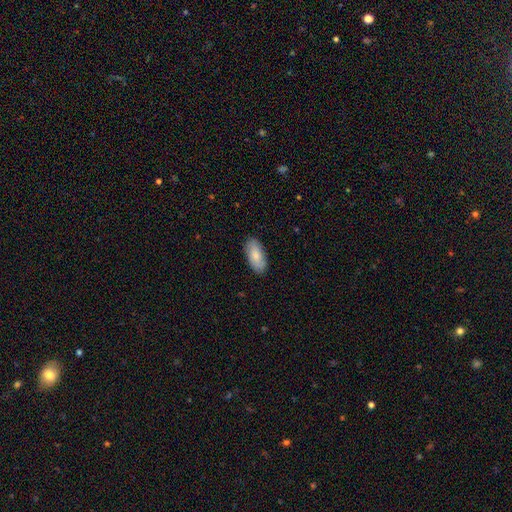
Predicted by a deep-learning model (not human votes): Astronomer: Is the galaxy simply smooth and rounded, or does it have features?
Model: smooth — 82%.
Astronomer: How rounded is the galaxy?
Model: in between — 91%.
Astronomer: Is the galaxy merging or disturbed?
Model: none — 87%.